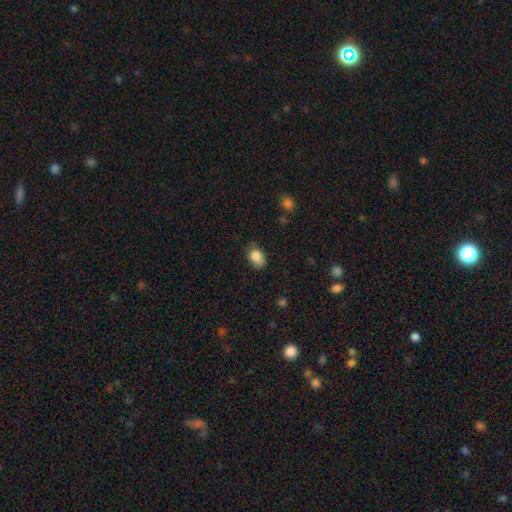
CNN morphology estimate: A smooth galaxy with no disk features (84%) that is in between round and cigar-shaped (82%). Merging: none (63%).